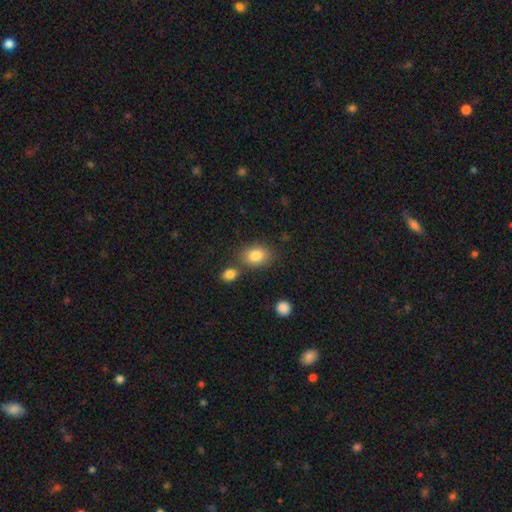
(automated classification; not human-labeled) Overall: smooth (84%). How rounded: in between (64%; round 35%). Merging: none (71%).